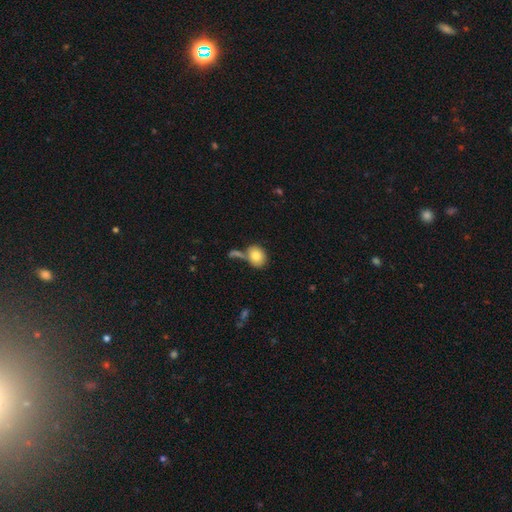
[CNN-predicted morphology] smooth-or-featured: smooth: 80% | featured or disk: 12% | star or artifact: 8%
  how-rounded: round: 51% | in between: 47% | cigar-shaped: 1%
  merging: none: 53% | merger: 24% | minor disturbance: 15% | major disturbance: 8%